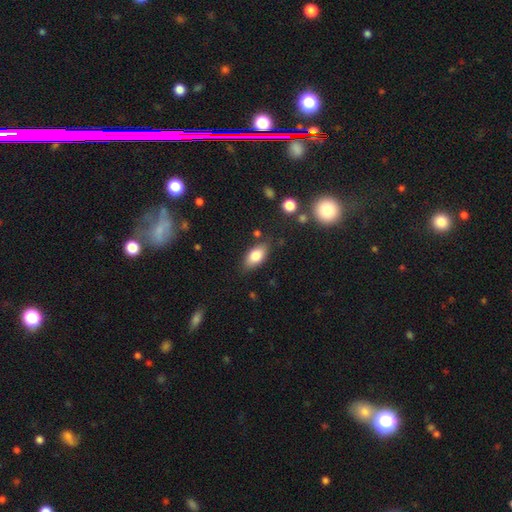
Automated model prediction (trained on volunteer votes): Smooth or featured? Predicted: smooth (p=0.80). How rounded? Predicted: in between (p=0.90). Merging? Predicted: none (p=0.81).